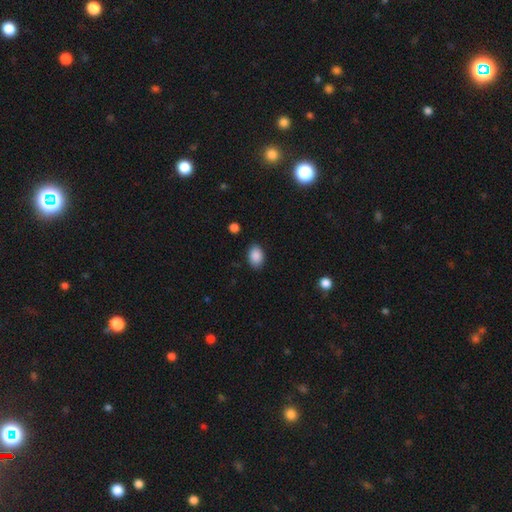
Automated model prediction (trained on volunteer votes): smooth-or-featured: smooth: 89% | star or artifact: 7% | featured or disk: 3%
  how-rounded: in between: 83% | round: 16% | cigar-shaped: 1%
  merging: none: 86% | minor disturbance: 11% | major disturbance: 3% | merger: 1%